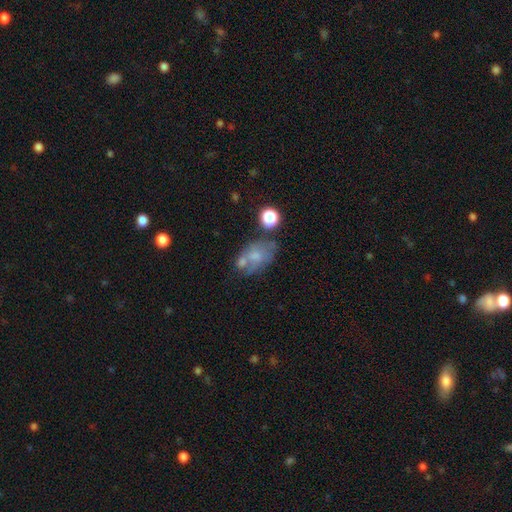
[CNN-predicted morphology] This appears to be a smooth galaxy with no disk features (50%) that is in between round and cigar-shaped (84%). Merging: none (36%).